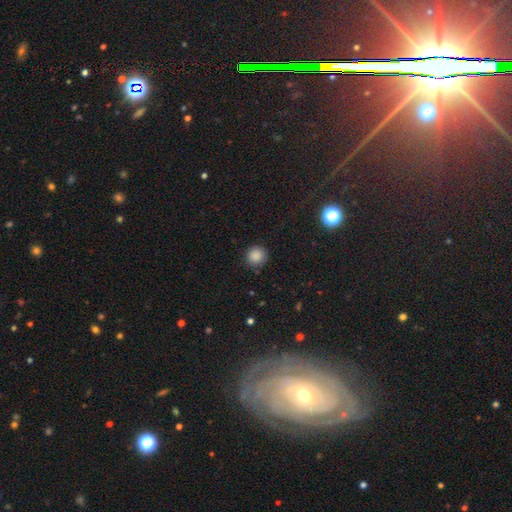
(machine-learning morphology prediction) A smooth galaxy with no disk features (86%) that is round (93%). Merging: none (87%).